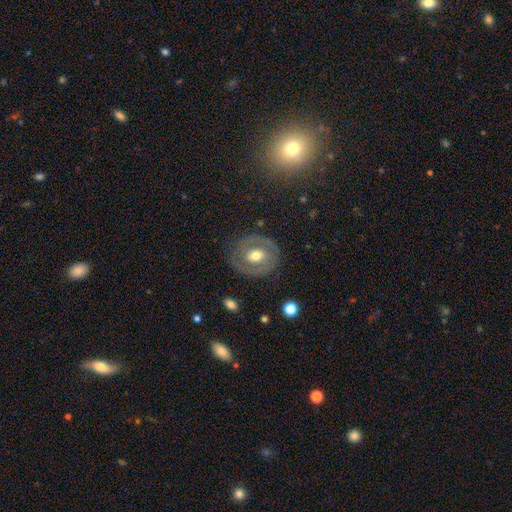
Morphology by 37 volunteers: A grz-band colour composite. It shows a featured or disk galaxy (76%) with no bar (50%), 2 (89%) tight (68%) spiral arms (68%) and a moderate central bulge (64%). Merging: none (84%).